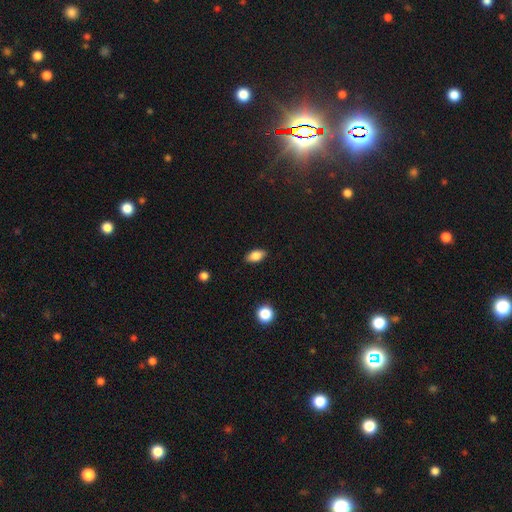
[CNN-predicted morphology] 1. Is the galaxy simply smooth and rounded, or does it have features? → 84% smooth, 8% star or artifact, 8% featured or disk.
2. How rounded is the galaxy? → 90% in between, 6% round, 4% cigar-shaped.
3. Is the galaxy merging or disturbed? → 86% none, 10% minor disturbance, 2% major disturbance, 1% merger.